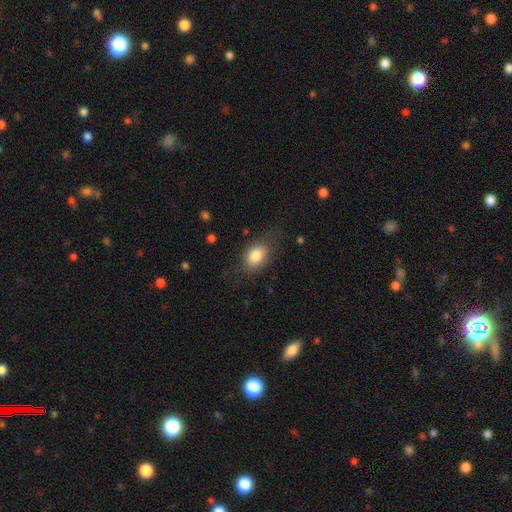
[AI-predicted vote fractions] A smooth galaxy with no disk features (82%) that is in between round and cigar-shaped (80%). Merging: none (73%).